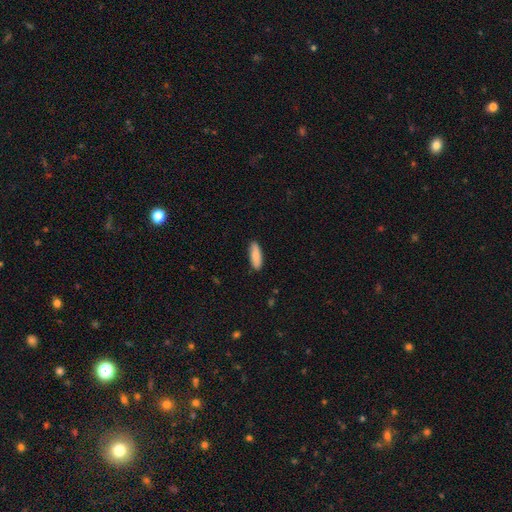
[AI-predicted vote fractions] Smooth or featured? smooth (88%)
How rounded? in between (55%)
Merging? none (88%)